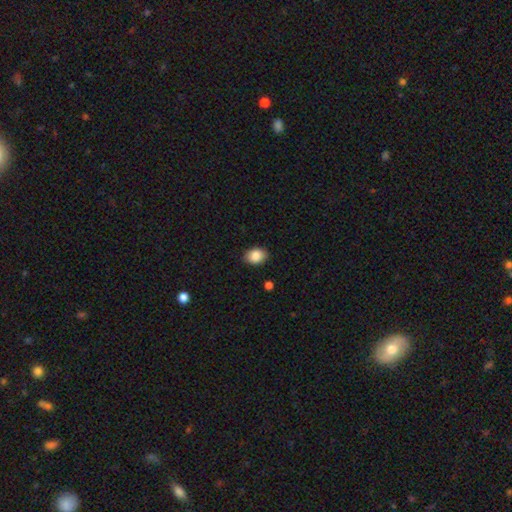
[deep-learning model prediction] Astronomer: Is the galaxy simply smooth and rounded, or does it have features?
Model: smooth — 87%.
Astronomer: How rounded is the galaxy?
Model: in between — 68%.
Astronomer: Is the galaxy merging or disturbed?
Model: none — 87%.